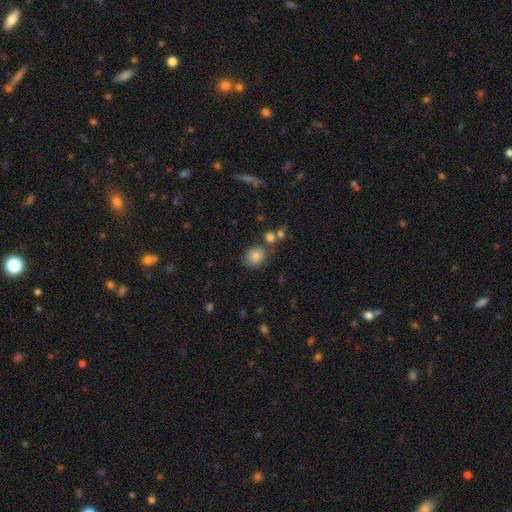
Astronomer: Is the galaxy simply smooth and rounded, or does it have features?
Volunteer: smooth — 90%.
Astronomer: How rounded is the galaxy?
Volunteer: round — 67%.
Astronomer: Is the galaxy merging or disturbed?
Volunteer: none — 89%.